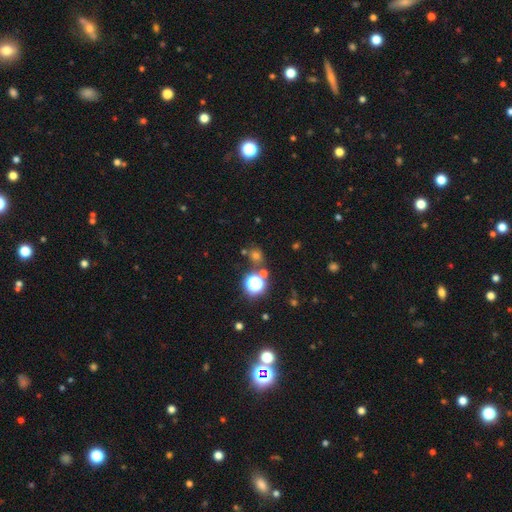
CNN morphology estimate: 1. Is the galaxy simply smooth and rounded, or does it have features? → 59% smooth, 33% star or artifact, 8% featured or disk.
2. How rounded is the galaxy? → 83% round, 16% in between, 1% cigar-shaped.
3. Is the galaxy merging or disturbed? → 75% none, 11% merger, 10% minor disturbance, 4% major disturbance.